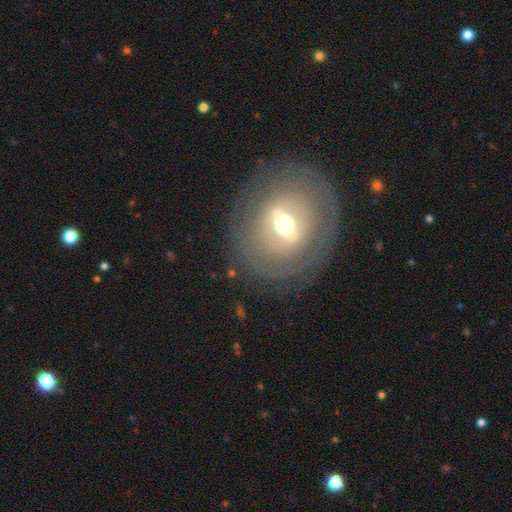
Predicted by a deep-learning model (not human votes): Morphology: type=featured or disk (68%); edge-on=no (88%); bar=strong (43%); spiral arms=no (64%); bulge=moderate (67%); merging=none (78%).